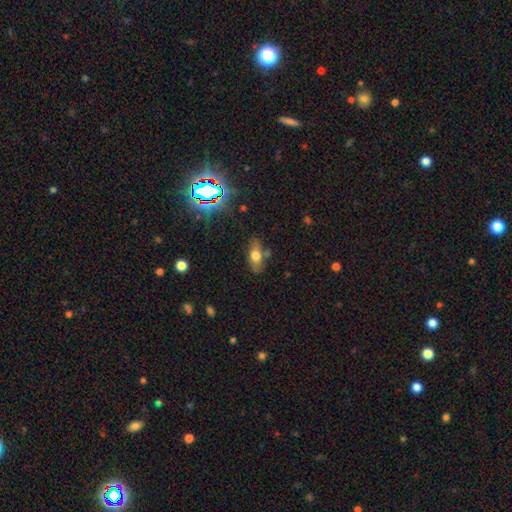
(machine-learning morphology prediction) Q: Smooth or featured?
A: smooth (66%); runner-up: featured or disk (22%)
Q: How rounded?
A: in between (81%); runner-up: cigar-shaped (12%)
Q: Merging?
A: none (67%); runner-up: minor disturbance (19%)